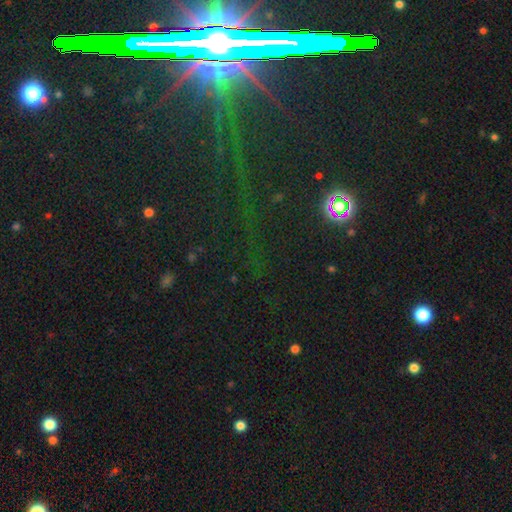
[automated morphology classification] type=star or artifact (78%).